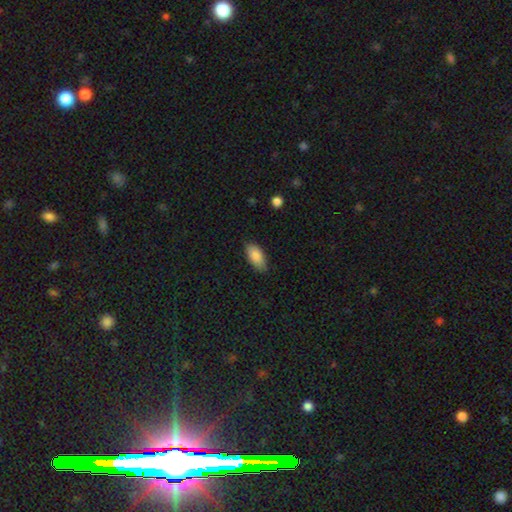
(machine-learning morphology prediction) smooth_or_featured: smooth (p=0.87) [alt: star or artifact p=0.07]
how_rounded: in between (p=0.91) [alt: cigar-shaped p=0.07]
merging: none (p=0.82) [alt: minor disturbance p=0.14]